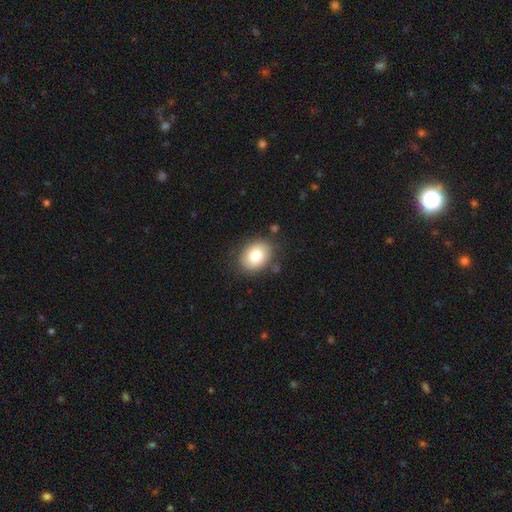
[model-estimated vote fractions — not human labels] A smooth galaxy with no disk features (78%) that is in between round and cigar-shaped (61%). Merging: none (81%).